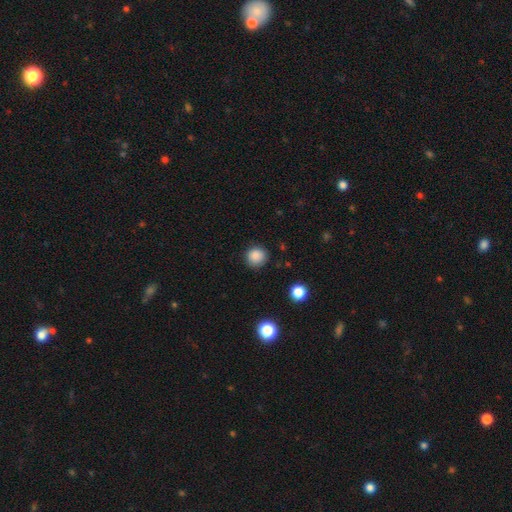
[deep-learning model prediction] This is clearly a smooth galaxy (86%). How rounded: clearly round (91%). Merging: clearly none (86%).